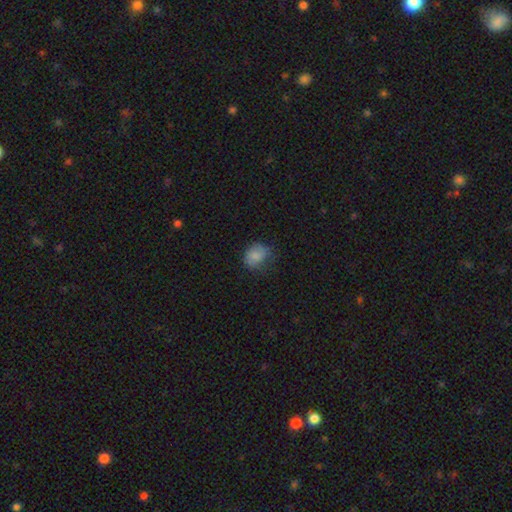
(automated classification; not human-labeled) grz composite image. It shows a smooth galaxy with no disk features (77%) that is round (56%). Merging: none (57%).